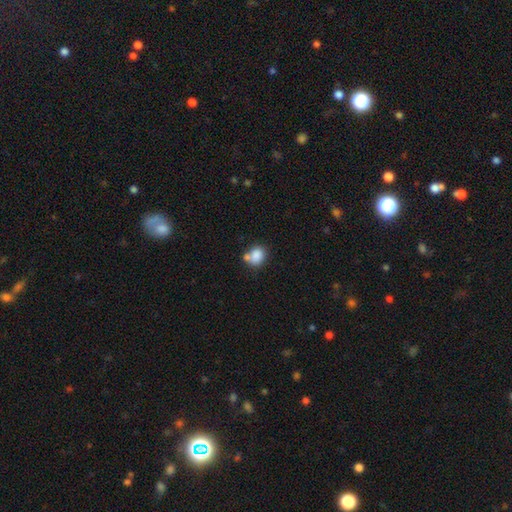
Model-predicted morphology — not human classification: smooth-or-featured: smooth: 82% | star or artifact: 9% | featured or disk: 8%
  how-rounded: round: 56% | in between: 43% | cigar-shaped: 1%
  merging: none: 46% | merger: 34% | minor disturbance: 15% | major disturbance: 6%